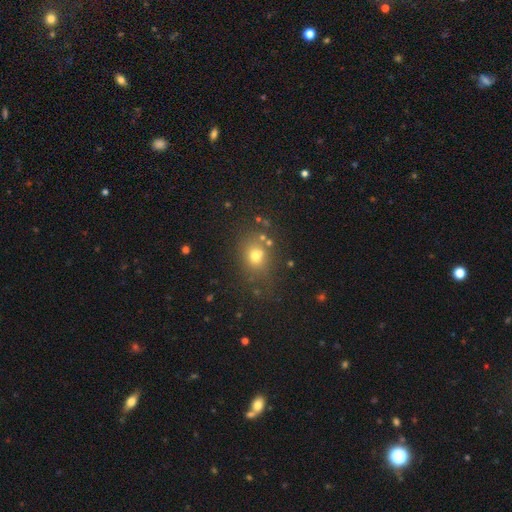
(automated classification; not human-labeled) A smooth galaxy with no disk features (68%) that is round (61%). Merging: none (67%).